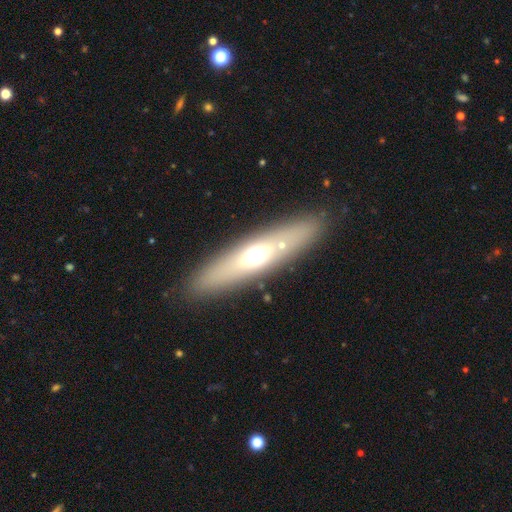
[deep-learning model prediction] Smooth or featured?
  - smooth: 50% *
  - featured or disk: 41%
  - star or artifact: 9%
How rounded?
  - cigar-shaped: 65% *
  - in between: 32%
  - round: 3%
Merging?
  - none: 86% *
  - minor disturbance: 8%
  - major disturbance: 4%
  - merger: 3%